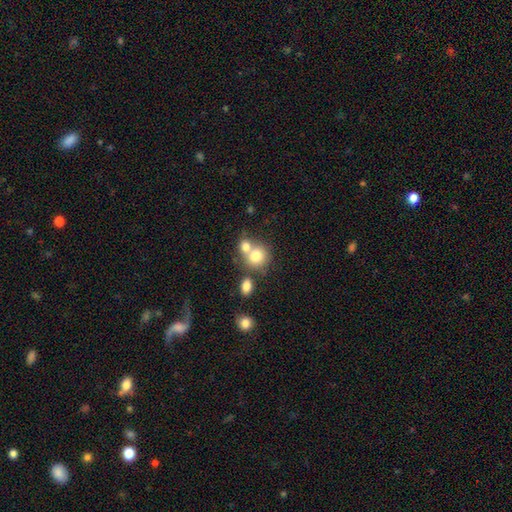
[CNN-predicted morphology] smooth 76%, featured or disk 14%, star or artifact 10%. Down the decision tree: how rounded — round (78%); merging — merger (51%).